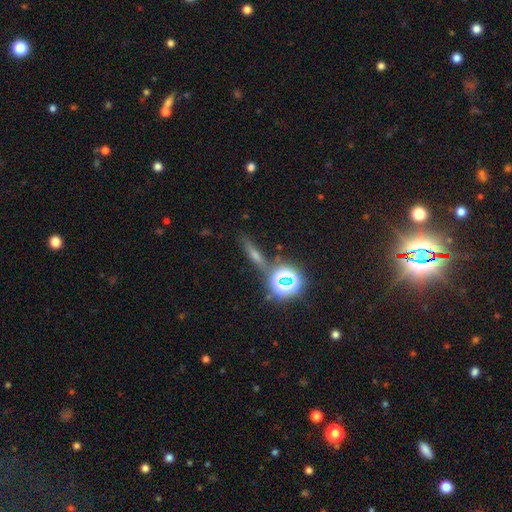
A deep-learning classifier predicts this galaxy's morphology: This appears to be a smooth galaxy with no disk features (35%). Merging: none (81%).